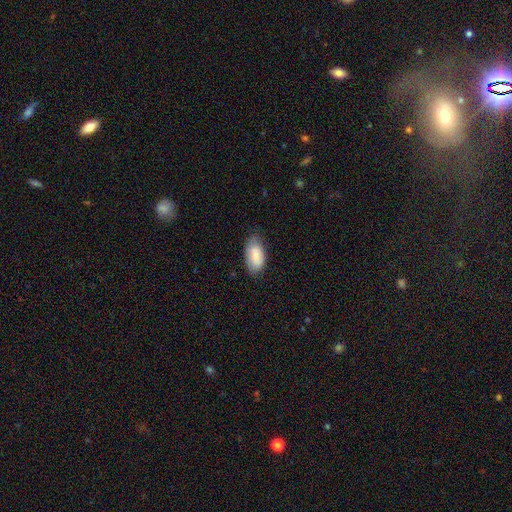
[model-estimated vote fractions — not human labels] A smooth galaxy with no disk features (77%) that is in between round and cigar-shaped (94%).

Vote fractions:
- Smooth or featured? smooth: 77% / featured or disk: 16% / star or artifact: 6%
- How rounded? in between: 94% / round: 3% / cigar-shaped: 3%
- Merging? none: 69% / minor disturbance: 25% / major disturbance: 5% / merger: 1%